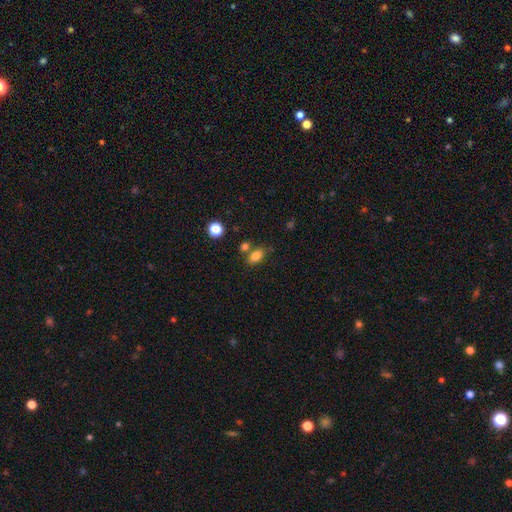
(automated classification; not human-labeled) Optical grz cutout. It shows a smooth galaxy with no disk features (81%) that is in between round and cigar-shaped (83%). Merging: none (64%).